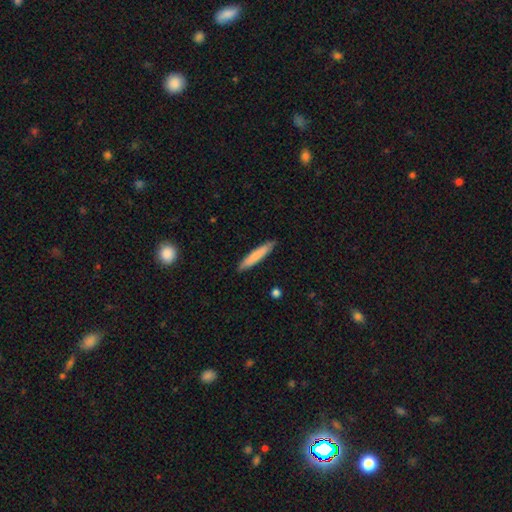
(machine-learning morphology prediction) smooth_or_featured: smooth (p=0.77) [alt: featured or disk p=0.18]
how_rounded: cigar-shaped (p=0.91) [alt: in between p=0.08]
merging: none (p=0.88) [alt: minor disturbance p=0.09]